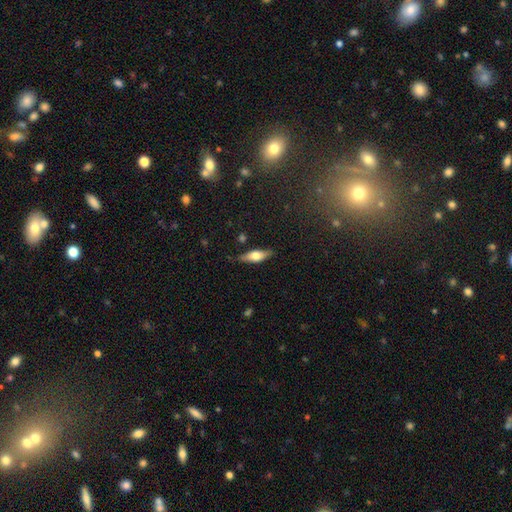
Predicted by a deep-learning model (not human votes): Smooth or featured?
  - smooth: 51% *
  - featured or disk: 43%
  - star or artifact: 6%
How rounded?
  - in between: 52% *
  - cigar-shaped: 45%
  - round: 3%
Merging?
  - none: 81% *
  - minor disturbance: 15%
  - major disturbance: 3%
  - merger: 2%